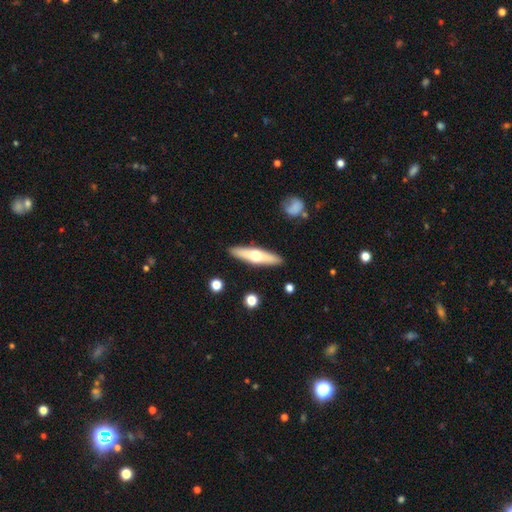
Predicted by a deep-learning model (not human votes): The model was most divided on "smooth or featured": featured or disk: 50%, smooth: 45%, star or artifact: 5%. More confident: merging — none (89%).